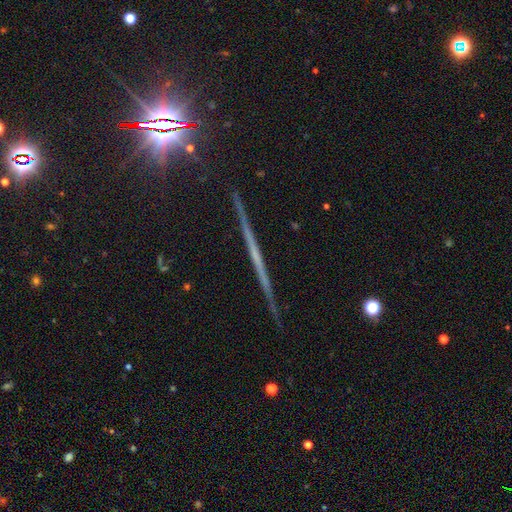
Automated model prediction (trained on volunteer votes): Overall: featured or disk (63%). Edge-on disk: yes (97%). Edge-on bulge: none (76%). Merging: none (90%).